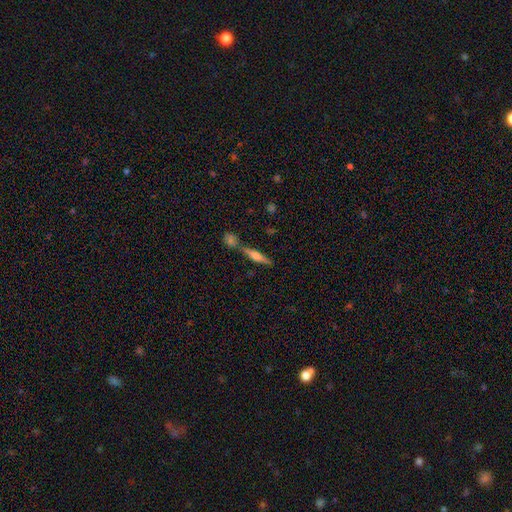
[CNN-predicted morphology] Smooth or featured: featured or disk — 53% (smooth — 40%)
Edge-on disk: yes — 95% (no — 5%)
Merging: none — 65% (merger — 22%)